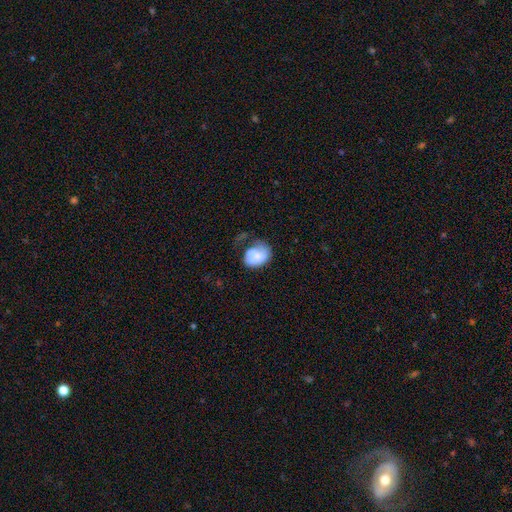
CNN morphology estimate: Overall: smooth (61%; featured or disk 31%). How rounded: in between (56%; round 43%). Merging: none (33%; minor disturbance 32%).